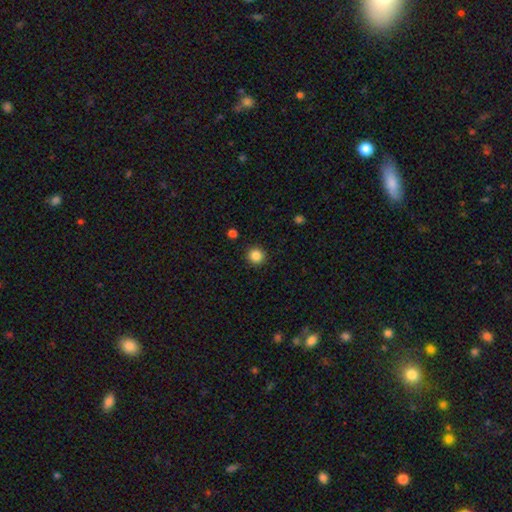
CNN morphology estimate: smooth-or-featured: smooth: 86% | star or artifact: 11% | featured or disk: 4%
  how-rounded: round: 94% | in between: 5% | cigar-shaped: 1%
  merging: none: 92% | minor disturbance: 5% | major disturbance: 2% | merger: 1%